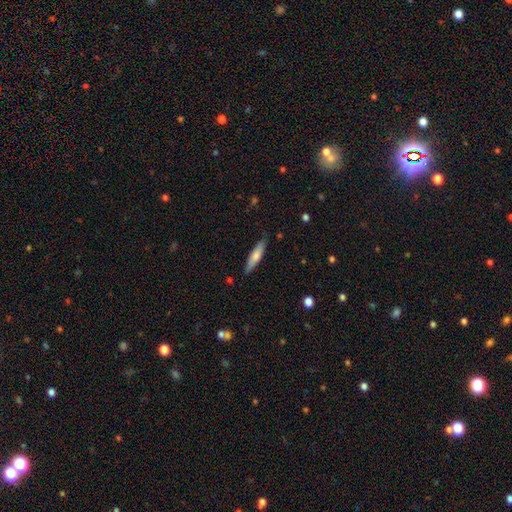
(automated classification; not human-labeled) This appears to be a smooth galaxy with no disk features (69%) that is cigar-shaped (78%). Merging: none (83%).